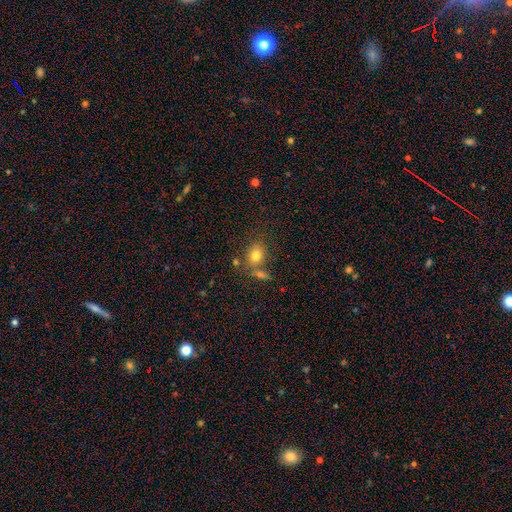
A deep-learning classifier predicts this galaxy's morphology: smooth 78%, featured or disk 11%, star or artifact 11%. Down the decision tree: how rounded — in between (55%); merging — none (61%).